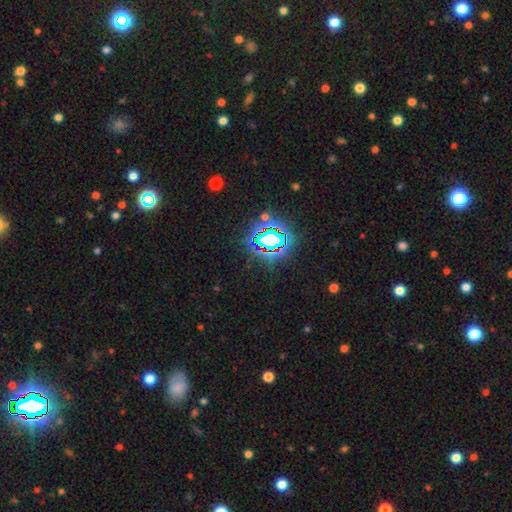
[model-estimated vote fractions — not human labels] Smooth or featured? Predicted: star or artifact (p=0.81).